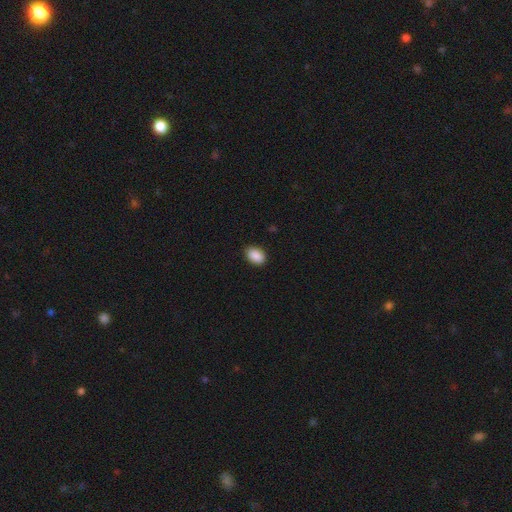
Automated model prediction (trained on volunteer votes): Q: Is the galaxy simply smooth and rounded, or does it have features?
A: smooth — 90%.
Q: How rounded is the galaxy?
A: in between — 84%.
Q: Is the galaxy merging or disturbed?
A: none — 88%.